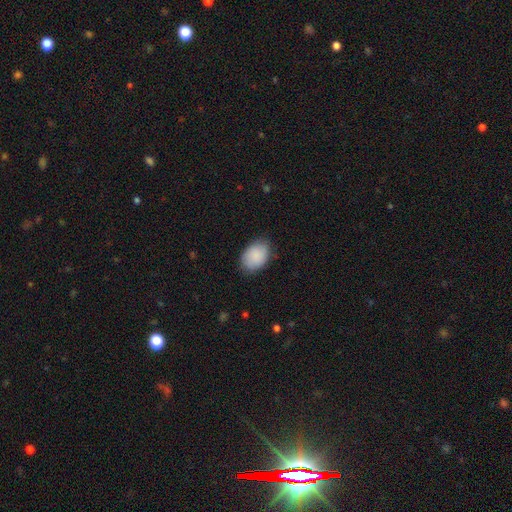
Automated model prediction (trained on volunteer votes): Morphology: type=smooth (89%); roundness=in between (81%); merging=none (77%).